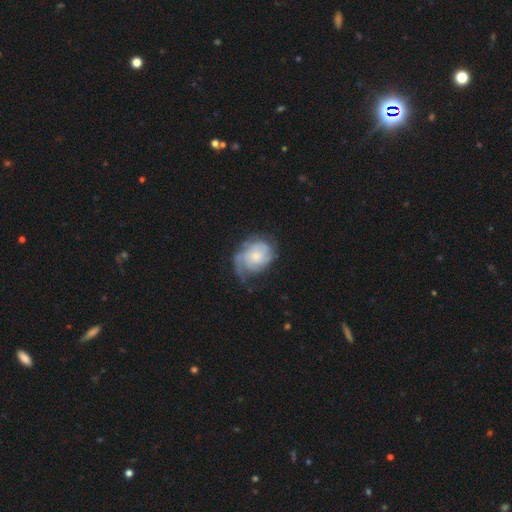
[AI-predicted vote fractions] smooth_or_featured: featured or disk (p=0.68) [alt: smooth p=0.26]
disk_edge_on: no (p=0.98) [alt: yes p=0.02]
bar: no (p=0.75) [alt: weak p=0.22]
has_spiral_arms: yes (p=0.89) [alt: no p=0.11]
spiral_winding: tight (p=0.56) [alt: medium p=0.32]
spiral_arm_count: can't tell (p=0.42) [alt: 2 p=0.26]
bulge_size: small (p=0.47) [alt: moderate p=0.38]
merging: none (p=0.53) [alt: minor disturbance p=0.28]